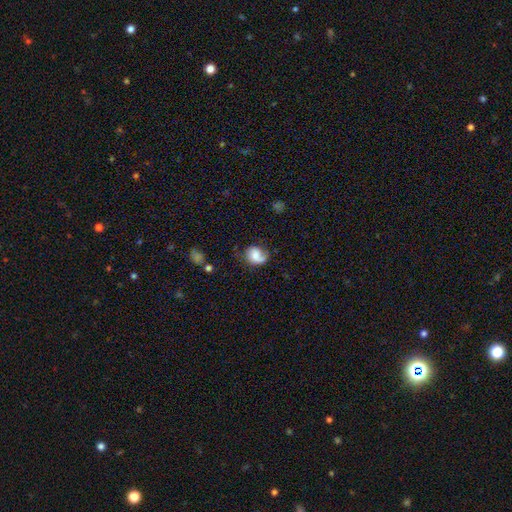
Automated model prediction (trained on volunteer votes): This appears to be a smooth galaxy with no disk features (63%) that is round (53%). Merging: none (48%).